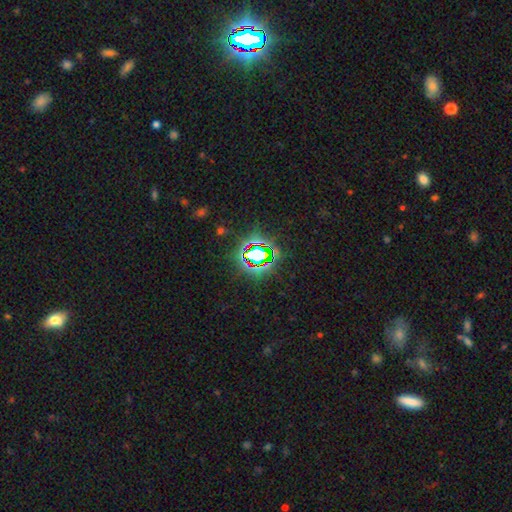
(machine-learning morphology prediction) A star or artifact, not a galaxy (76%).